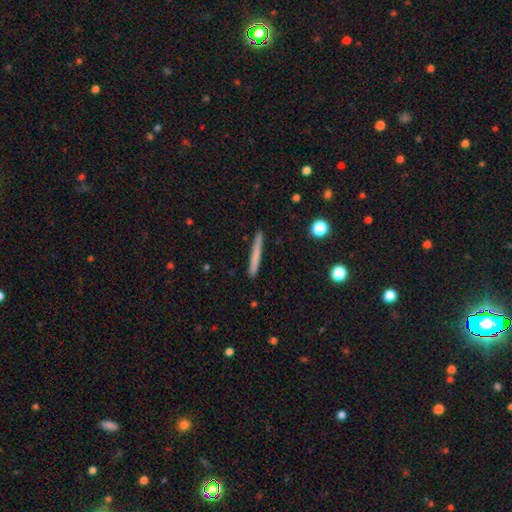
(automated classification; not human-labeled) smooth 69%, featured or disk 25%, star or artifact 6%. Down the decision tree: how rounded — cigar-shaped (97%); merging — none (91%).